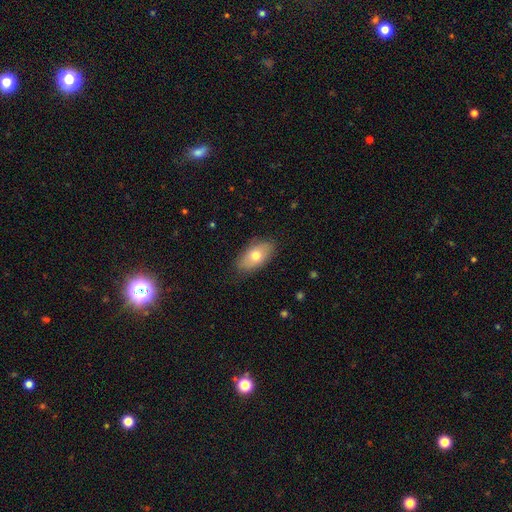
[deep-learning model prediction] smooth_or_featured: smooth (p=0.71) [alt: featured or disk p=0.22]
how_rounded: in between (p=0.91) [alt: round p=0.06]
merging: none (p=0.82) [alt: minor disturbance p=0.14]